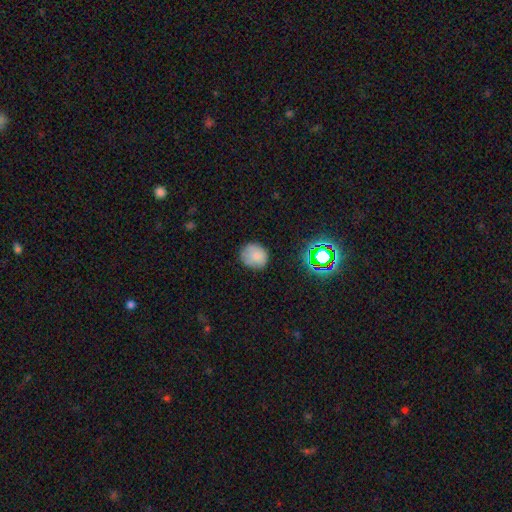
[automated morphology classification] smooth 78%, star or artifact 13%, featured or disk 9%. Down the decision tree: how rounded — round (80%); merging — none (77%).